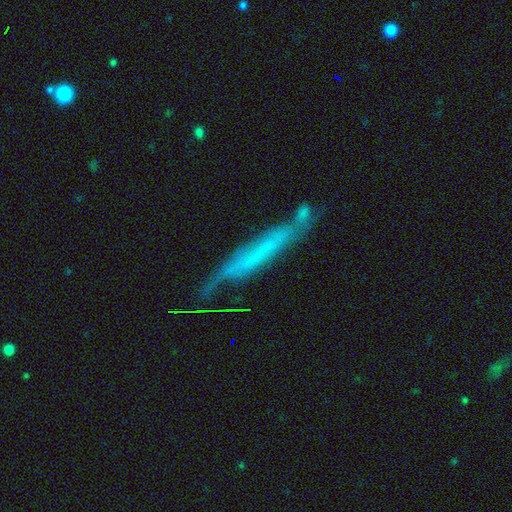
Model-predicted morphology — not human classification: A featured or disk galaxy (59%) viewed edge-on (71%).

Vote fractions:
- Smooth or featured? featured or disk: 59% / smooth: 33% / star or artifact: 8%
- Edge-on disk? yes: 71% / no: 29%
- Merging? none: 52% / minor disturbance: 28% / major disturbance: 13% / merger: 7%